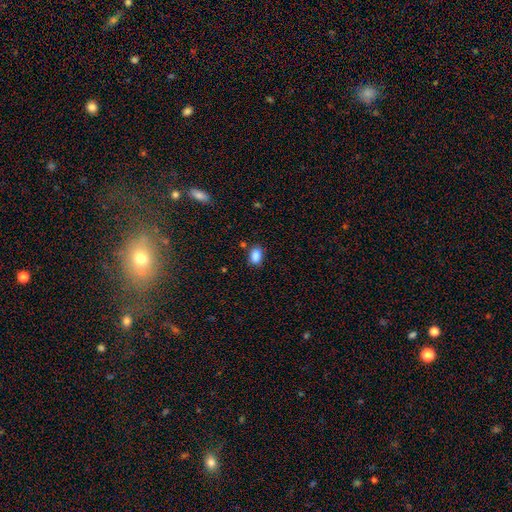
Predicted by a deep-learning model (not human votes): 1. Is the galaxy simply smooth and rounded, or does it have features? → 87% smooth, 9% star or artifact, 4% featured or disk.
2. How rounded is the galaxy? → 86% in between, 12% round, 2% cigar-shaped.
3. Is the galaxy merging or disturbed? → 79% none, 14% minor disturbance, 4% merger, 3% major disturbance.